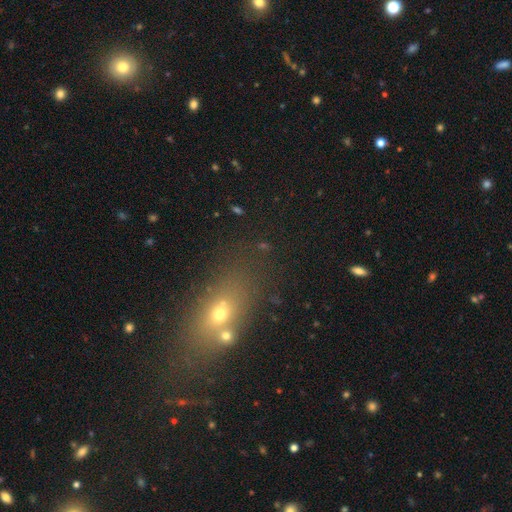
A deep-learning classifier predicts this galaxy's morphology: Smooth or featured? Predicted: smooth (p=0.49). Merging? Predicted: none (p=0.64).